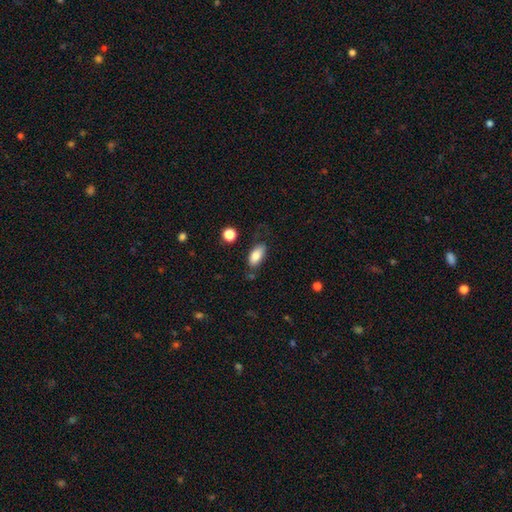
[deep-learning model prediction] A smooth galaxy with no disk features (84%) that is in between round and cigar-shaped (89%). Merging: none (71%).